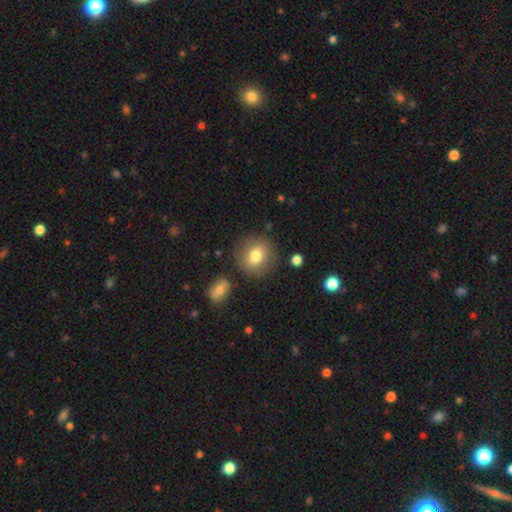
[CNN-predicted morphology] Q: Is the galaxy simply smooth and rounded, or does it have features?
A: smooth — 78%.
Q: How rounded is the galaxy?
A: round — 79%.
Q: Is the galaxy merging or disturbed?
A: none — 82%.